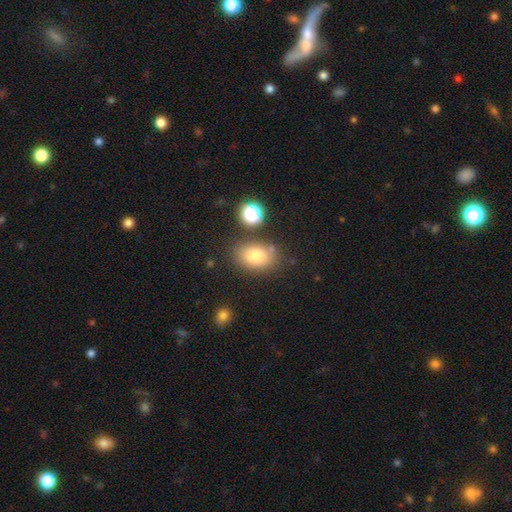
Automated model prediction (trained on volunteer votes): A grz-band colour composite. It shows a smooth galaxy with no disk features (79%) that is in between round and cigar-shaped (83%). Merging: none (75%).